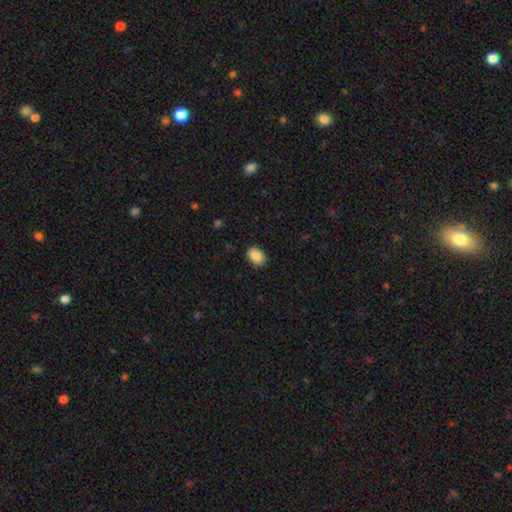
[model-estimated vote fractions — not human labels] Q: Smooth or featured?
A: smooth (89%); runner-up: star or artifact (7%)
Q: How rounded?
A: in between (88%); runner-up: round (11%)
Q: Merging?
A: none (88%); runner-up: minor disturbance (9%)